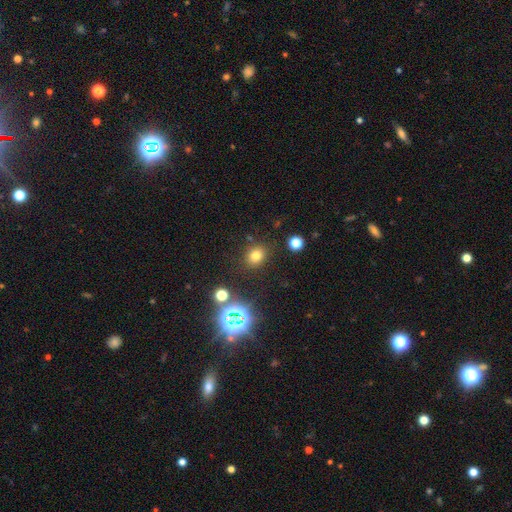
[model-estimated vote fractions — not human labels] Smooth or featured: smooth — 73% (star or artifact — 20%)
How rounded: round — 60% (in between — 39%)
Merging: none — 83% (minor disturbance — 10%)